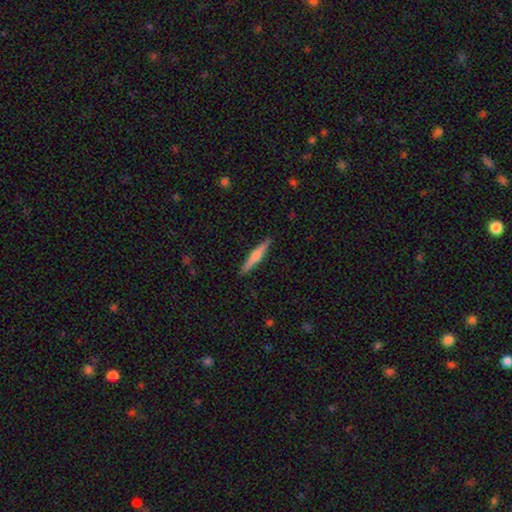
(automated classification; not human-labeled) A smooth galaxy with no disk features (60%) that is cigar-shaped (92%). Merging: none (90%).